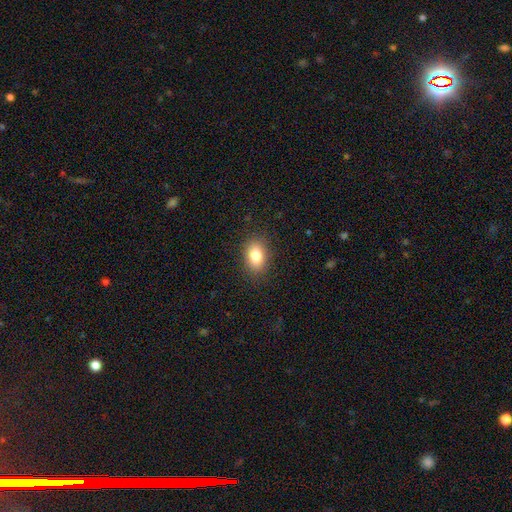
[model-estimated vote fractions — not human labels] Overall: smooth (83%). How rounded: in between (81%). Merging: none (87%).